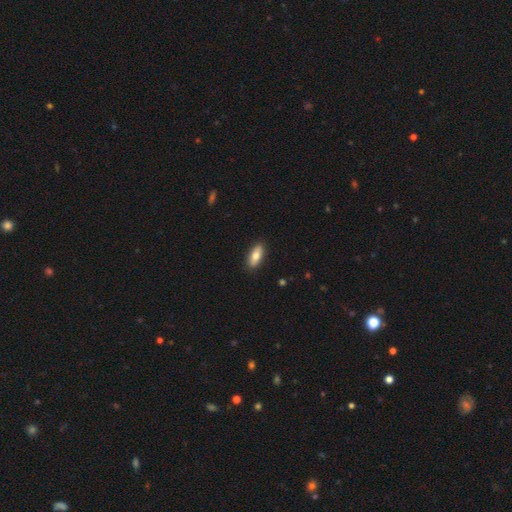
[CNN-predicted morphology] A smooth galaxy with no disk features (79%) that is in between round and cigar-shaped (80%). Merging: none (89%).